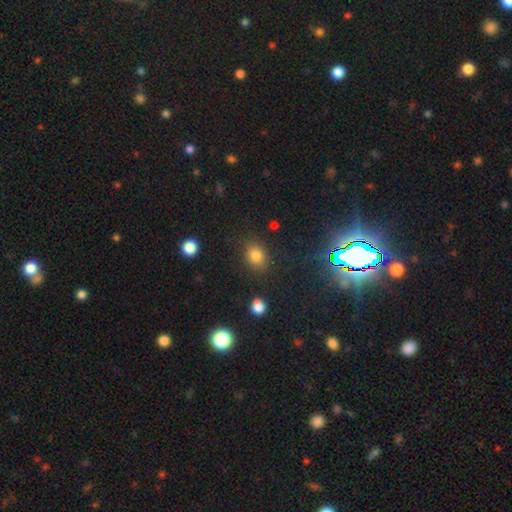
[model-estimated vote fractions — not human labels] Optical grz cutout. It shows a smooth galaxy with no disk features (79%) that is round (53%). Merging: none (82%).